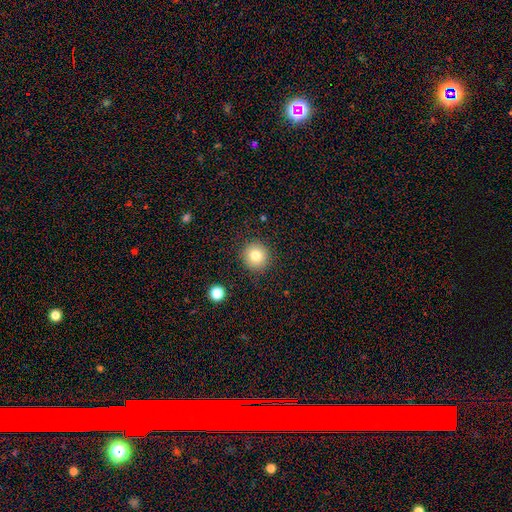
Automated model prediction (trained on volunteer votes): Overall: smooth (79%). How rounded: round (94%). Merging: none (89%).